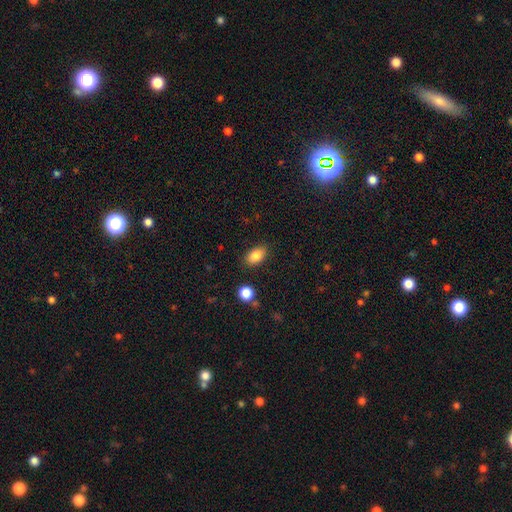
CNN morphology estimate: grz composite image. It shows a smooth galaxy with no disk features (84%) that is in between round and cigar-shaped (88%). Merging: none (85%).